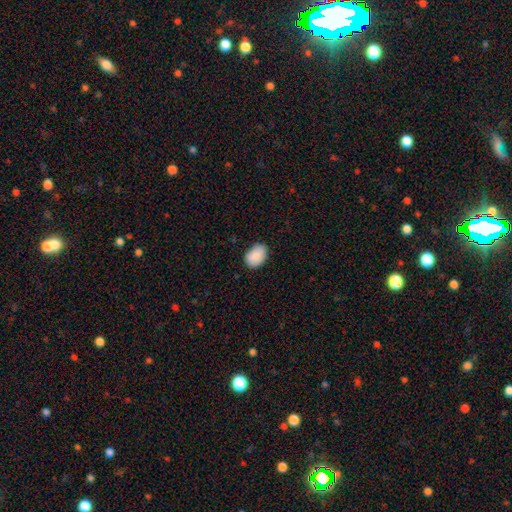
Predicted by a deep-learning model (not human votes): smooth_or_featured: smooth (p=0.88) [alt: star or artifact p=0.07]
how_rounded: in between (p=0.81) [alt: round p=0.18]
merging: none (p=0.80) [alt: minor disturbance p=0.16]